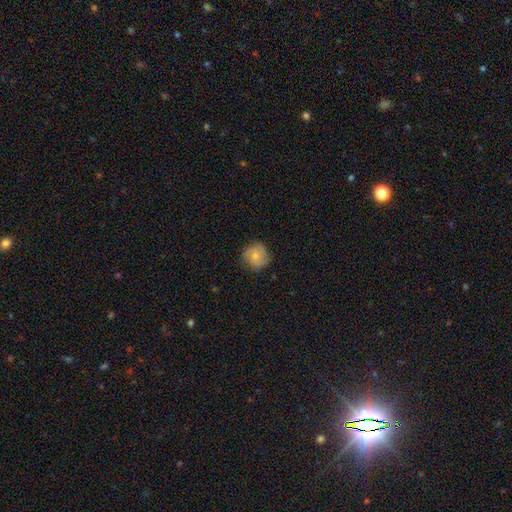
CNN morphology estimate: Smooth or featured?
  - smooth: 62% *
  - featured or disk: 31%
  - star or artifact: 8%
How rounded?
  - round: 90% *
  - in between: 9%
  - cigar-shaped: 1%
Merging?
  - none: 80% *
  - minor disturbance: 15%
  - major disturbance: 4%
  - merger: 1%